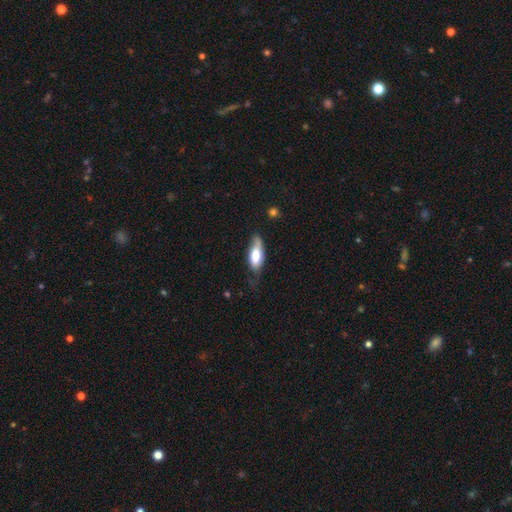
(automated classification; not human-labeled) Smooth or featured?
  - smooth: 68% *
  - featured or disk: 26%
  - star or artifact: 6%
How rounded?
  - in between: 75% *
  - cigar-shaped: 23%
  - round: 2%
Merging?
  - none: 43% *
  - minor disturbance: 38%
  - major disturbance: 15%
  - merger: 4%